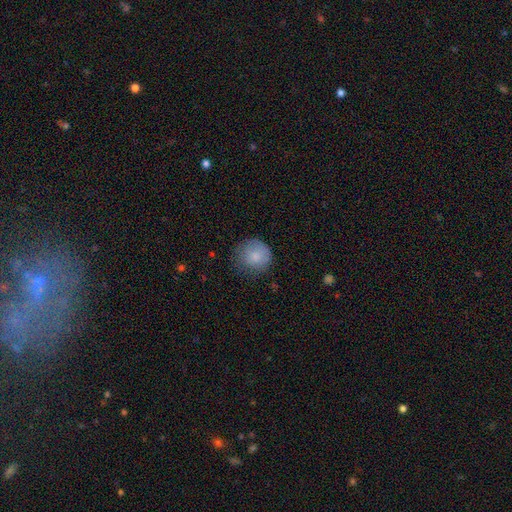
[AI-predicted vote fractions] The model was most divided on "merging": none: 66%, minor disturbance: 24%, major disturbance: 8%, merger: 1%. More confident: how rounded — round (90%); smooth or featured — smooth (82%).